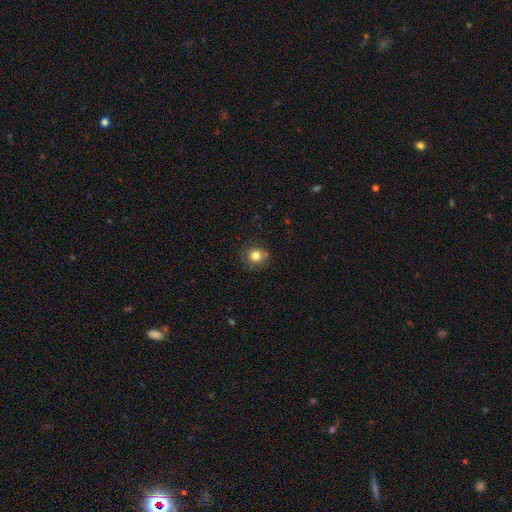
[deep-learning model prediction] Smooth or featured?
  - smooth: 80% *
  - star or artifact: 12%
  - featured or disk: 8%
How rounded?
  - round: 89% *
  - in between: 10%
  - cigar-shaped: 1%
Merging?
  - none: 77% *
  - minor disturbance: 15%
  - merger: 4%
  - major disturbance: 4%